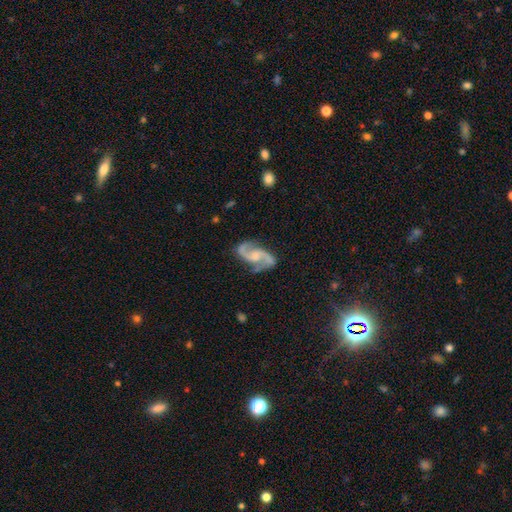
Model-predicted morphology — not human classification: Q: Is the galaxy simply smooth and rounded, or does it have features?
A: featured or disk — 91%.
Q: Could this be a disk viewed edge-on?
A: no — 98%.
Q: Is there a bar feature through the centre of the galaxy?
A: no — 48%.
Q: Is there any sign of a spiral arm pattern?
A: yes — 98%.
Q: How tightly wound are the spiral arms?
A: medium — 47%.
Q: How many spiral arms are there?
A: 2 — 94%.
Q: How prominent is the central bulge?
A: small — 34%.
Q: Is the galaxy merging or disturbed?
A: none — 78%.